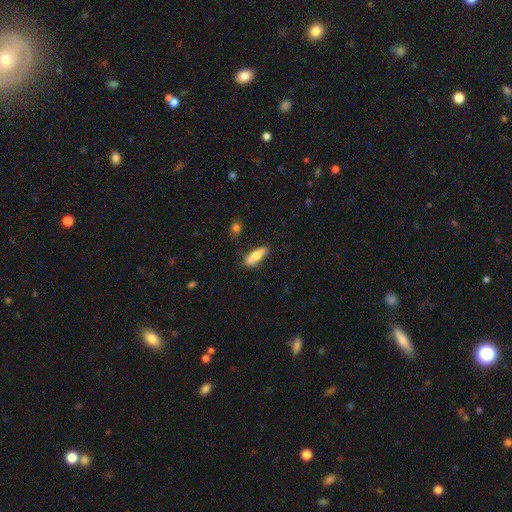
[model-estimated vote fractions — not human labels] Smooth or featured?
  - smooth: 67% *
  - featured or disk: 27%
  - star or artifact: 6%
How rounded?
  - cigar-shaped: 51% *
  - in between: 47%
  - round: 2%
Merging?
  - none: 79% *
  - minor disturbance: 15%
  - major disturbance: 3%
  - merger: 3%